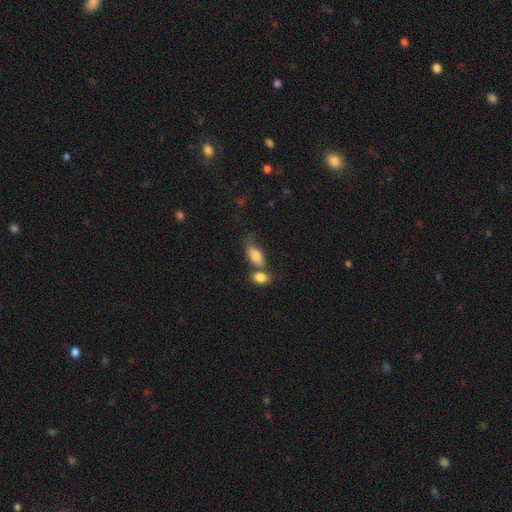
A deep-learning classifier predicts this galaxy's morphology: Q: Smooth or featured?
A: smooth (83%); runner-up: featured or disk (10%)
Q: How rounded?
A: in between (88%); runner-up: cigar-shaped (7%)
Q: Merging?
A: merger (43%); runner-up: none (35%)